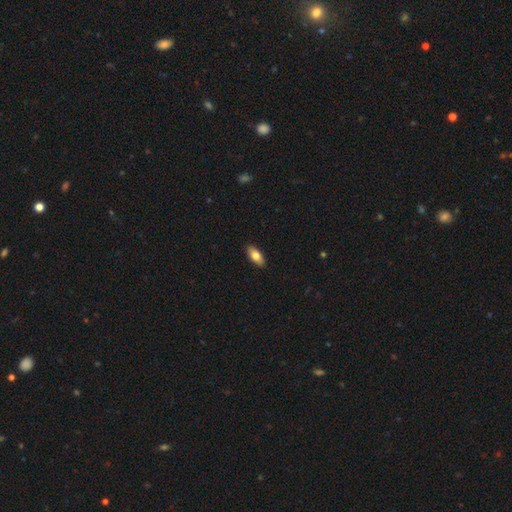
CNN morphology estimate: A smooth galaxy with no disk features (78%) that is in between round and cigar-shaped (88%). Merging: none (90%).